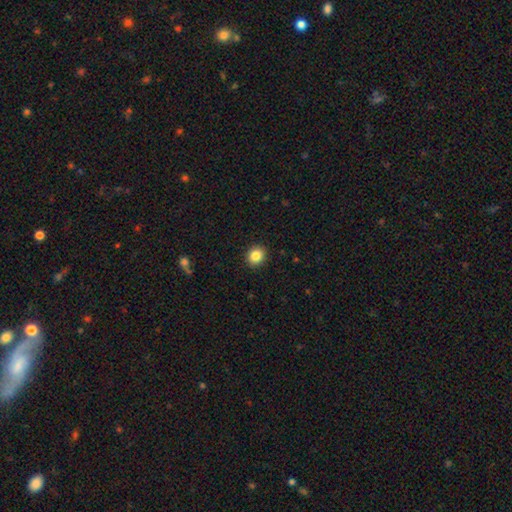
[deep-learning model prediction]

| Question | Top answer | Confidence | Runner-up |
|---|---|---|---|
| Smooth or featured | smooth | 86% | star or artifact (10%) |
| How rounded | round | 77% | in between (22%) |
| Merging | none | 92% | minor disturbance (6%) |